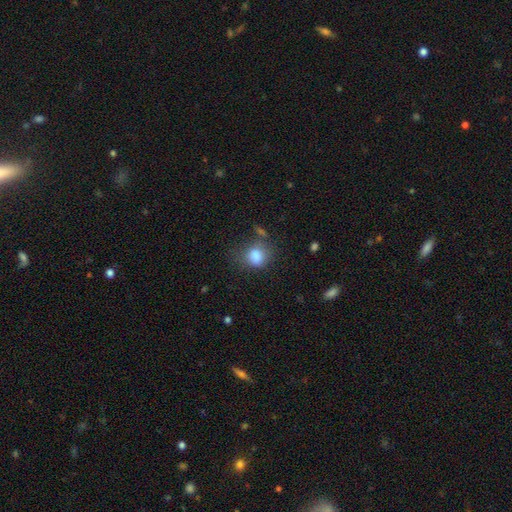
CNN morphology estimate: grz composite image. It shows a smooth galaxy with no disk features (83%) that is round (57%). Merging: none (52%).